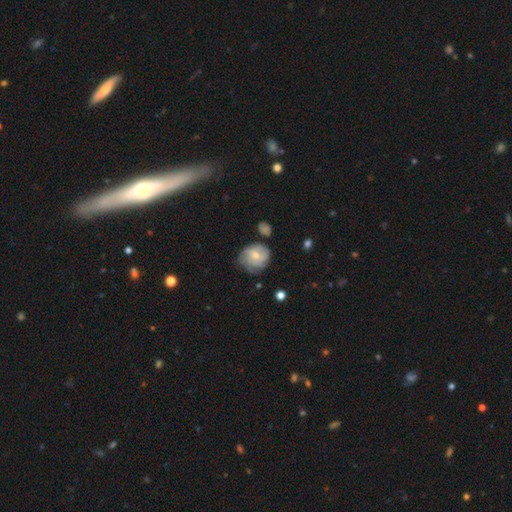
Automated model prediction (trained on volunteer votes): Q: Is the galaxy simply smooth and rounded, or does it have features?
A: featured or disk — 52%.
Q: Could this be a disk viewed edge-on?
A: no — 97%.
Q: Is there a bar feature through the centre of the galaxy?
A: no — 66%.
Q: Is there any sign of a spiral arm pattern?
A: yes — 79%.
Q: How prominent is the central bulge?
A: small — 56%.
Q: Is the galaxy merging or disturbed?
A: none — 59%.